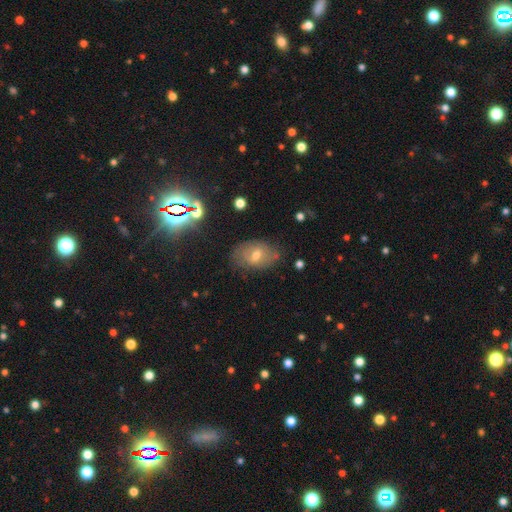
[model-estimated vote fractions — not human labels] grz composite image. It shows a smooth galaxy with no disk features (43%). Merging: none (73%).